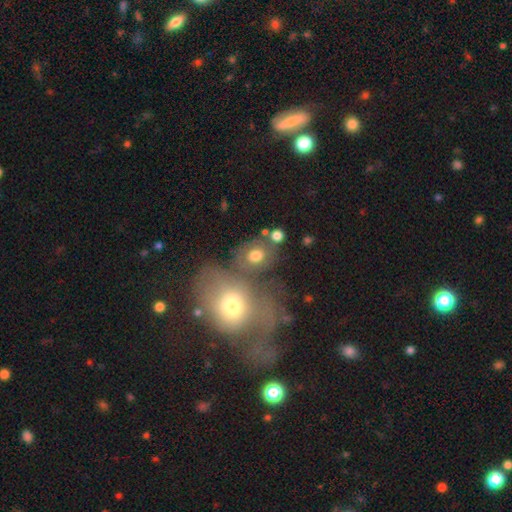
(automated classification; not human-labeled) Morphology: type=smooth (69%); roundness=round (60%); merging=none (51%).